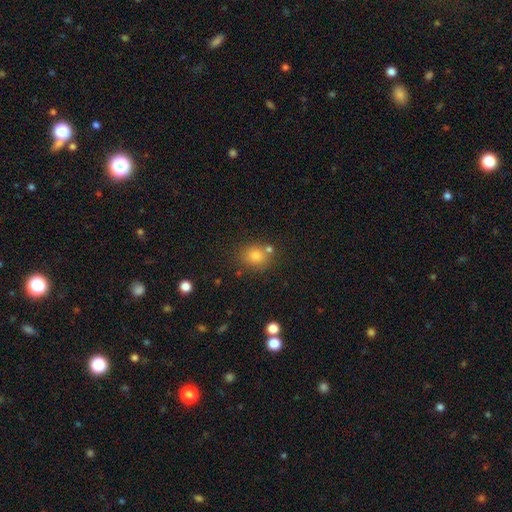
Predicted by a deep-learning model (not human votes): smooth_or_featured: smooth (p=0.77) [alt: star or artifact p=0.15]
how_rounded: round (p=0.70) [alt: in between p=0.29]
merging: none (p=0.71) [alt: merger p=0.13]